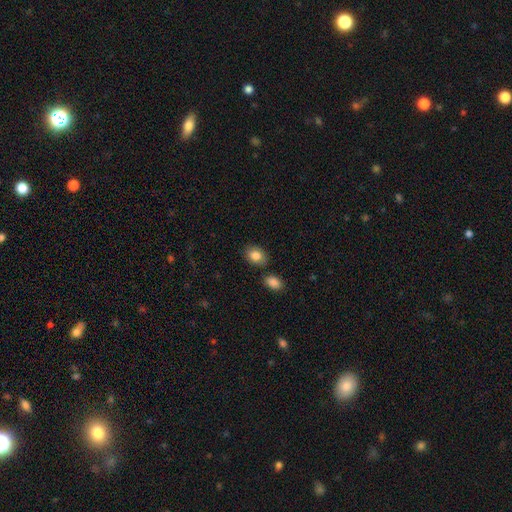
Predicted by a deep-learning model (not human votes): smooth_or_featured: smooth (p=0.84) [alt: featured or disk p=0.08]
how_rounded: in between (p=0.71) [alt: round p=0.28]
merging: none (p=0.81) [alt: minor disturbance p=0.11]